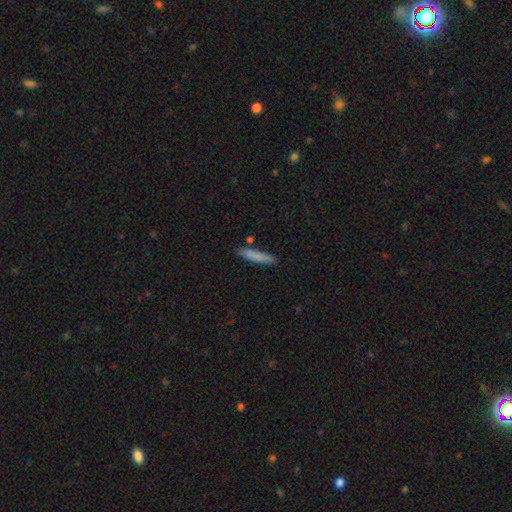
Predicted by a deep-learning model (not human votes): Smooth or featured?
  - smooth: 81% *
  - featured or disk: 13%
  - star or artifact: 7%
How rounded?
  - cigar-shaped: 90% *
  - in between: 9%
  - round: 1%
Merging?
  - none: 83% *
  - minor disturbance: 11%
  - merger: 4%
  - major disturbance: 2%